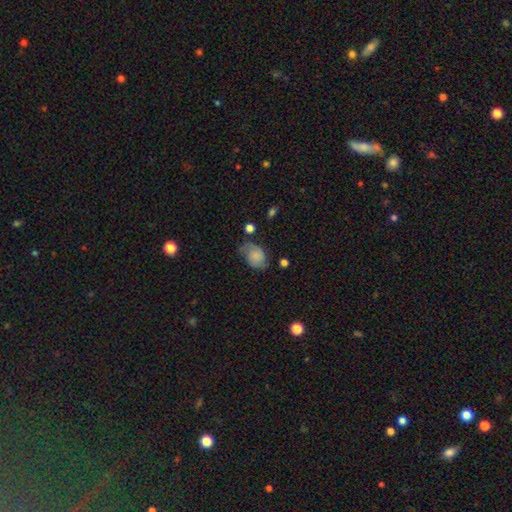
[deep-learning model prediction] Smooth or featured? smooth (54%)
How rounded? in between (70%)
Merging? none (42%)